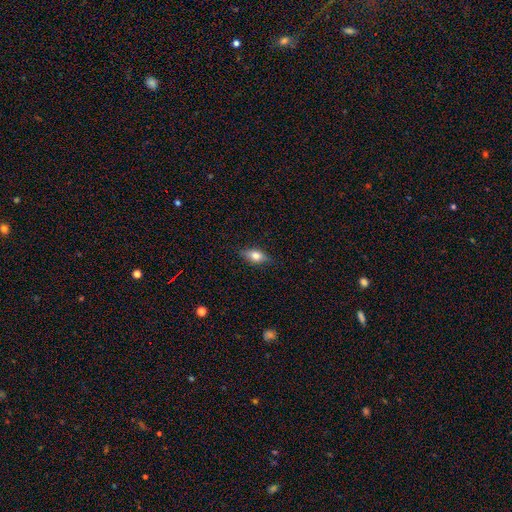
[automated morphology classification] This is likely a smooth galaxy (67%). How rounded: likely in between (78%). Merging: clearly none (82%).